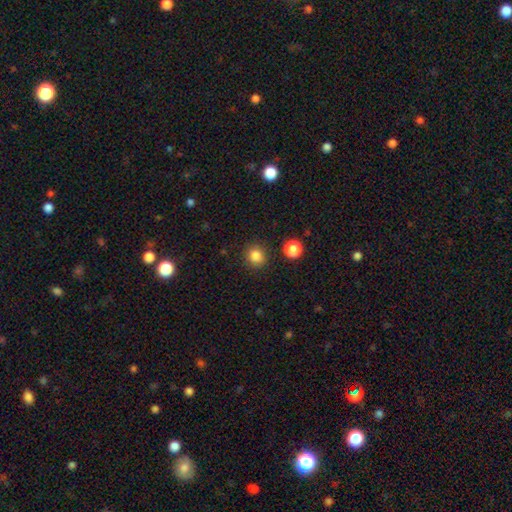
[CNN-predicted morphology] type=smooth (84%); roundness=round (85%); merging=none (88%).